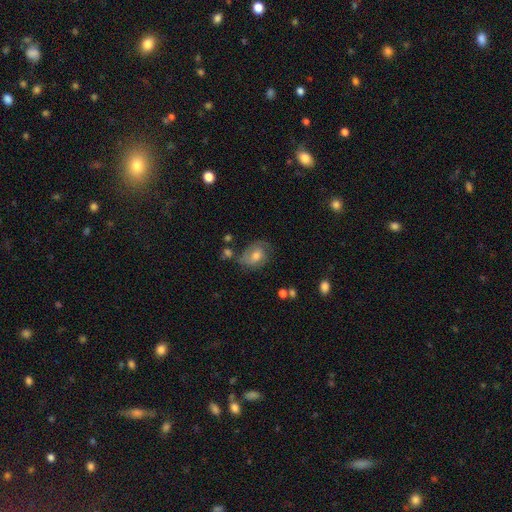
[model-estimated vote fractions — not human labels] Smooth or featured? Predicted: featured or disk (p=0.59). Edge-on disk? Predicted: no (p=0.96). Bar? Predicted: no (p=0.57). Spiral arms? Predicted: yes (p=0.84). Bulge size? Predicted: moderate (p=0.65). Merging? Predicted: none (p=0.60).